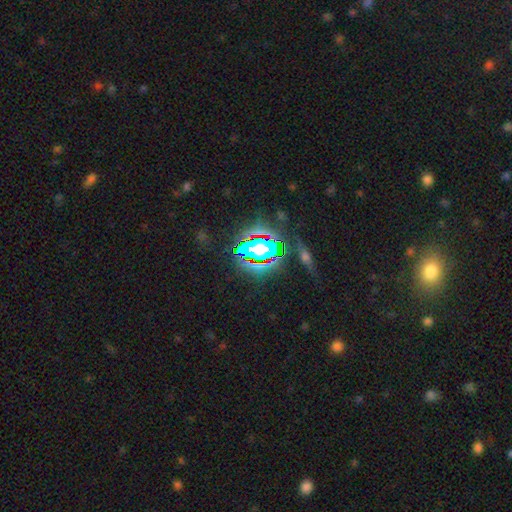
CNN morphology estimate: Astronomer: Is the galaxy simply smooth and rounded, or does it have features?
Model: star or artifact — 78%.